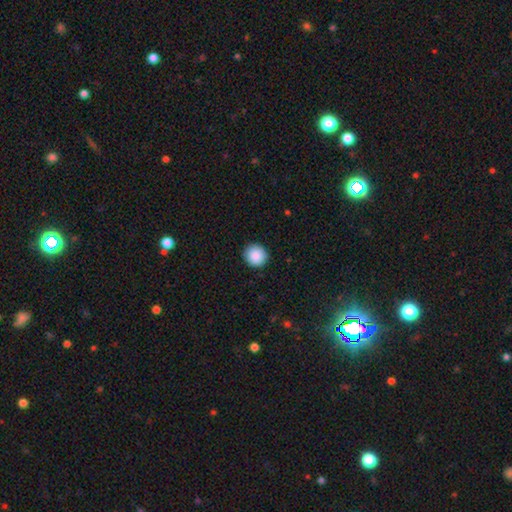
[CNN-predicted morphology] smooth_or_featured: smooth (p=0.89) [alt: star or artifact p=0.08]
how_rounded: round (p=0.93) [alt: in between p=0.06]
merging: none (p=0.92) [alt: minor disturbance p=0.06]